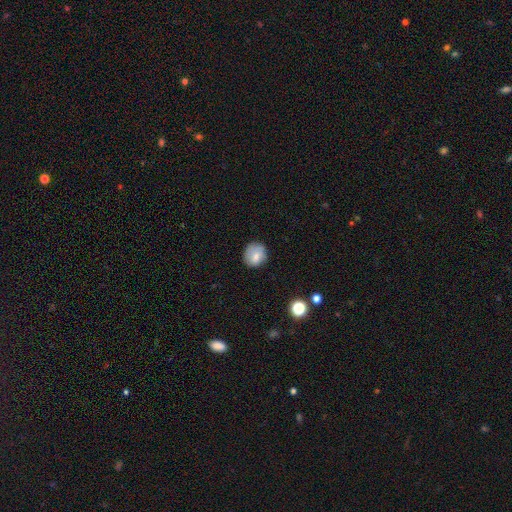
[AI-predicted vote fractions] Smooth or featured?
  - smooth: 75% *
  - featured or disk: 16%
  - star or artifact: 9%
How rounded?
  - round: 79% *
  - in between: 20%
  - cigar-shaped: 1%
Merging?
  - none: 74% *
  - minor disturbance: 19%
  - major disturbance: 5%
  - merger: 2%